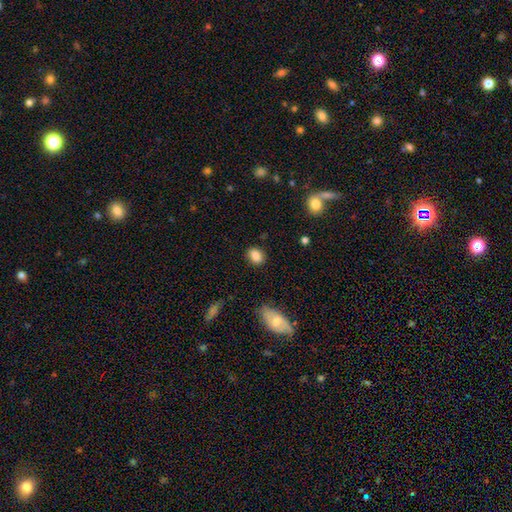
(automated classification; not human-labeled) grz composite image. It shows a smooth galaxy with no disk features (85%) that is in between round and cigar-shaped (56%). Merging: none (85%).